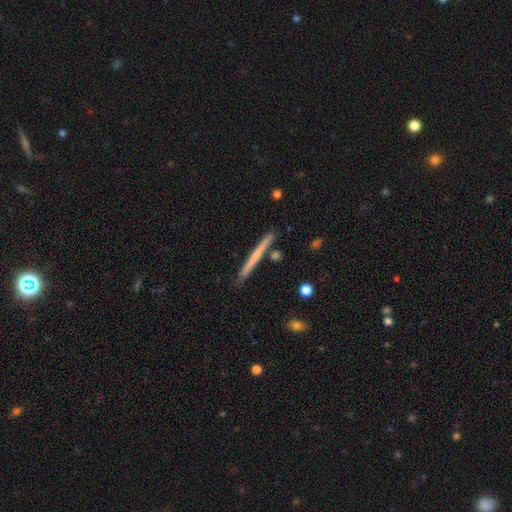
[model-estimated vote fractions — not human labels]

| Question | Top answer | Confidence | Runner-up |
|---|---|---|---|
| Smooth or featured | smooth | 50% | featured or disk (44%) |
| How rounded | cigar-shaped | 97% | in between (2%) |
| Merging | none | 87% | minor disturbance (8%) |